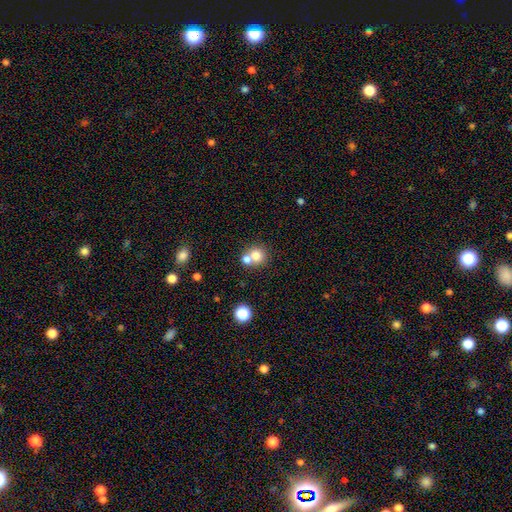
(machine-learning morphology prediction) Smooth or featured? Predicted: smooth (p=0.75). How rounded? Predicted: round (p=0.85). Merging? Predicted: merger (p=0.48).